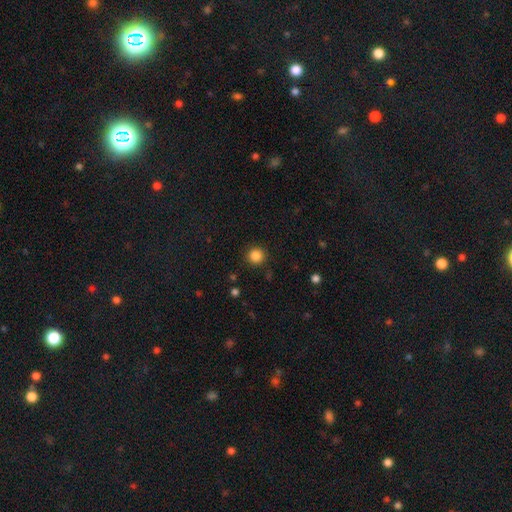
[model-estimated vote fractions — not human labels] Smooth or featured?
  - smooth: 86% *
  - star or artifact: 11%
  - featured or disk: 3%
How rounded?
  - round: 94% *
  - in between: 5%
  - cigar-shaped: 1%
Merging?
  - none: 91% *
  - minor disturbance: 6%
  - major disturbance: 2%
  - merger: 1%